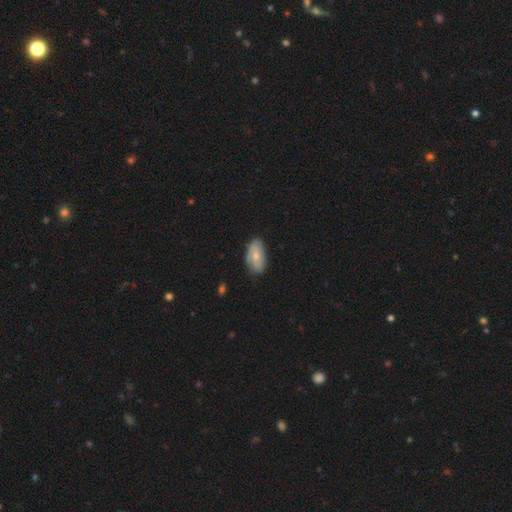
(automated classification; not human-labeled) The model was most divided on "smooth or featured": smooth: 60%, featured or disk: 34%, star or artifact: 6%. More confident: how rounded — in between (92%); merging — none (71%).